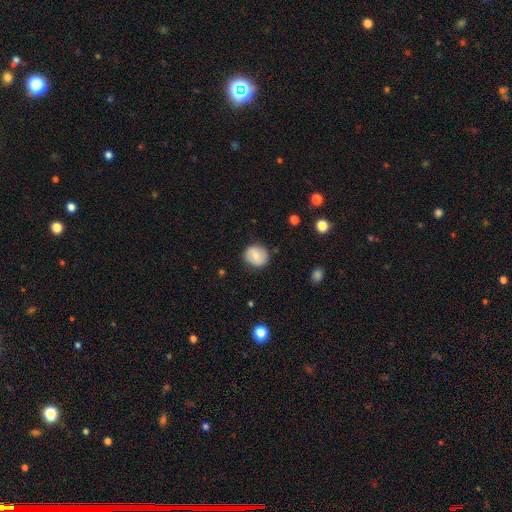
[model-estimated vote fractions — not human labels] smooth_or_featured: smooth (p=0.66) [alt: featured or disk p=0.27]
how_rounded: round (p=0.80) [alt: in between p=0.19]
merging: none (p=0.83) [alt: minor disturbance p=0.13]